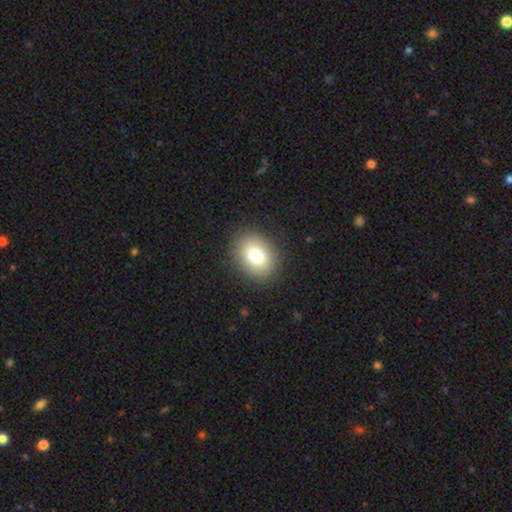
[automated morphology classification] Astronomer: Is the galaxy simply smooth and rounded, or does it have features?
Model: smooth — 77%.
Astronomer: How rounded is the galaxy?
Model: in between — 54% (runner-up: round, 46%).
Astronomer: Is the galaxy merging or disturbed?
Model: none — 88%.